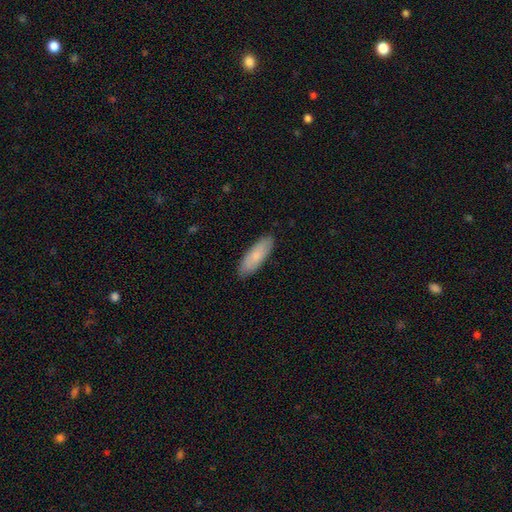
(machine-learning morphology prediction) This appears to be a smooth galaxy with no disk features (79%) that is in between round and cigar-shaped (59%). Merging: none (88%).